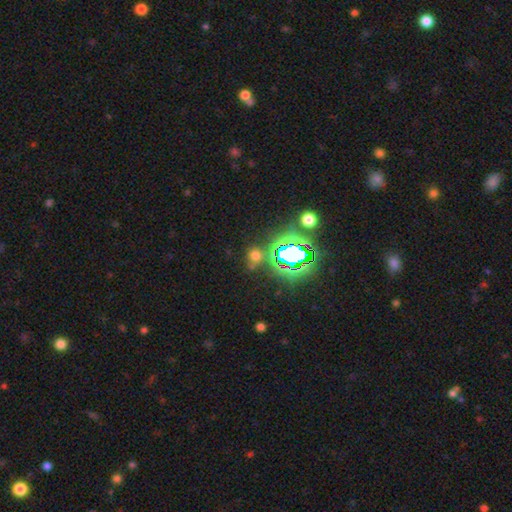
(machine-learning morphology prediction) Smooth or featured?
  - star or artifact: 46% * (tied)
  - smooth: 46% * (tied)
  - featured or disk: 8%